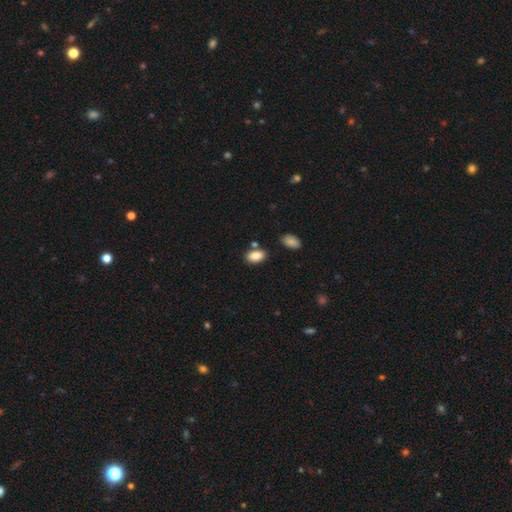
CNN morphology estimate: smooth 87%, star or artifact 8%, featured or disk 6%. Down the decision tree: how rounded — in between (92%); merging — none (75%).